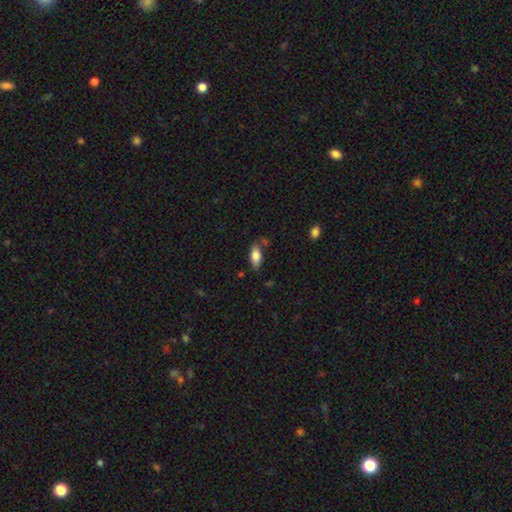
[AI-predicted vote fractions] Morphology: type=smooth (76%); roundness=in between (84%); merging=none (75%).